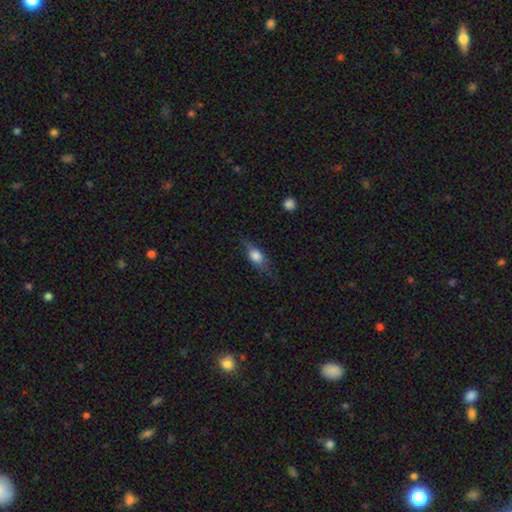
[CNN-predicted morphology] type=smooth (68%); roundness=in between (71%); merging=none (68%).